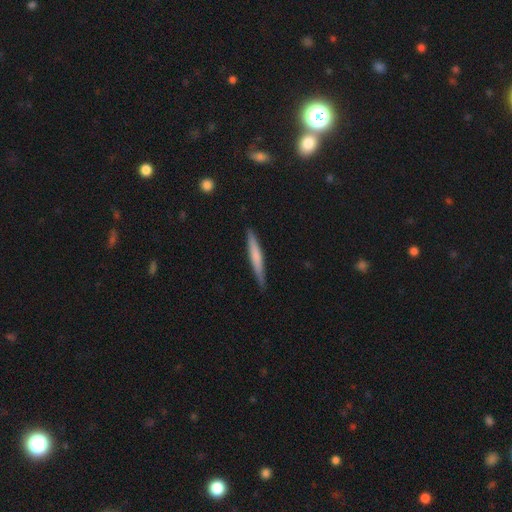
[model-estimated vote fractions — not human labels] Q: Smooth or featured?
A: smooth (57%); runner-up: featured or disk (37%)
Q: How rounded?
A: cigar-shaped (95%); runner-up: in between (4%)
Q: Merging?
A: none (88%); runner-up: minor disturbance (9%)